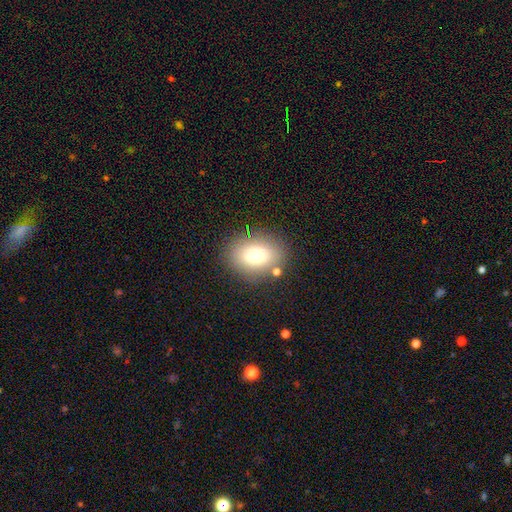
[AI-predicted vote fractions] A smooth galaxy with no disk features (77%) that is in between round and cigar-shaped (69%).

Vote fractions:
- Smooth or featured? smooth: 77% / featured or disk: 12% / star or artifact: 11%
- How rounded? in between: 69% / round: 30% / cigar-shaped: 1%
- Merging? none: 82% / minor disturbance: 11% / merger: 4% / major disturbance: 4%